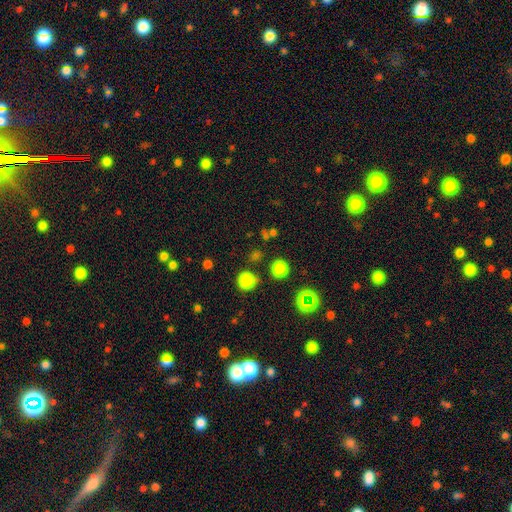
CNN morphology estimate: type=smooth (59%); roundness=round (92%); merging=none (86%).